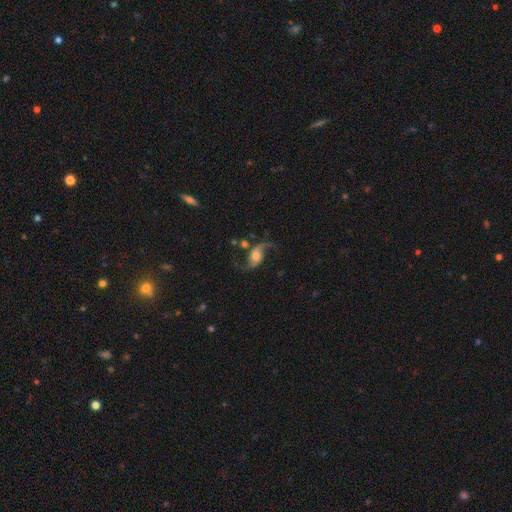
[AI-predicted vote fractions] smooth_or_featured: featured or disk (p=0.85) [alt: smooth p=0.09]
disk_edge_on: no (p=0.96) [alt: yes p=0.04]
bar: no (p=0.57) [alt: weak p=0.31]
has_spiral_arms: yes (p=0.96) [alt: no p=0.04]
spiral_winding: loose (p=0.83) [alt: medium p=0.14]
spiral_arm_count: 2 (p=0.92) [alt: 1 p=0.04]
bulge_size: moderate (p=0.57) [alt: large p=0.19]
merging: none (p=0.68) [alt: minor disturbance p=0.15]